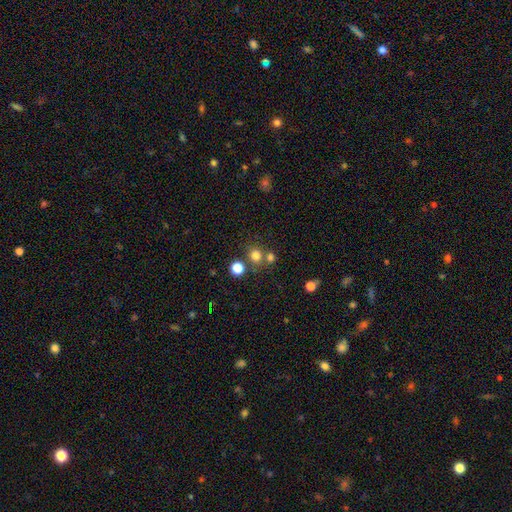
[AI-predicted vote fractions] Smooth or featured? Predicted: smooth (p=0.76). How rounded? Predicted: round (p=0.87). Merging? Predicted: none (p=0.65).